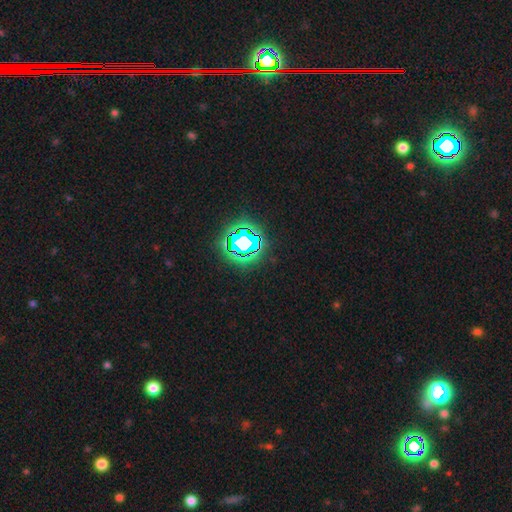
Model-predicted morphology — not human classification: This appears to be a star or artifact, not a galaxy (84%).